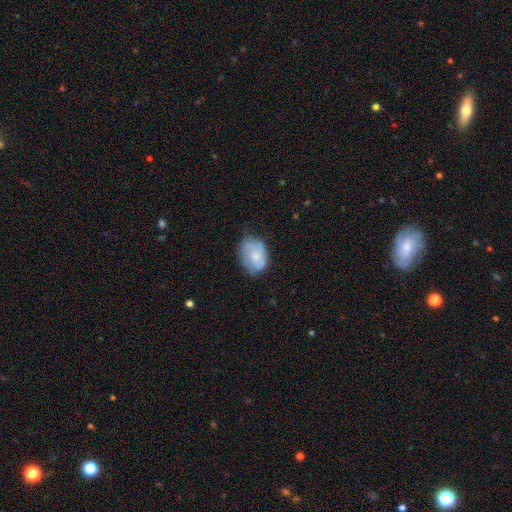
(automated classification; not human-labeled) Q: Smooth or featured?
A: smooth (51%); runner-up: featured or disk (42%)
Q: How rounded?
A: in between (71%); runner-up: round (27%)
Q: Merging?
A: none (60%); runner-up: minor disturbance (29%)